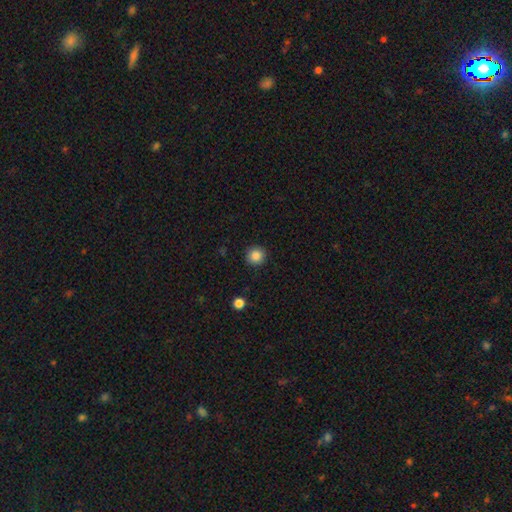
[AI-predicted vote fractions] A smooth galaxy with no disk features (86%) that is round (95%).

Vote fractions:
- Smooth or featured? smooth: 86% / star or artifact: 10% / featured or disk: 4%
- How rounded? round: 95% / in between: 4% / cigar-shaped: 1%
- Merging? none: 92% / minor disturbance: 5% / major disturbance: 2% / merger: 1%